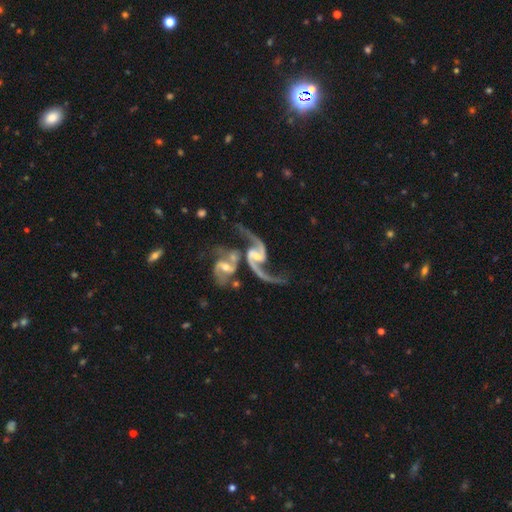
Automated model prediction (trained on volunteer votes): Smooth or featured?
  - featured or disk: 92% *
  - star or artifact: 4%
  - smooth: 3%
Edge-on disk?
  - no: 97% *
  - yes: 3%
Bar?
  - weak: 46% *
  - strong: 29%
  - no: 25%
Spiral arms?
  - yes: 97% *
  - no: 3%
Spiral winding?
  - loose: 70% *
  - medium: 25%
  - tight: 5%
Spiral arm count?
  - 2: 92% *
  - 1: 3%
  - can't tell: 2%
  - 3: 1%
  - 4: 1%
  - more than 4: 1%
Bulge size?
  - small: 49% *
  - moderate: 34%
  - none: 12%
  - large: 4%
  - dominant: 1%
Merging?
  - merger: 54% *
  - none: 25%
  - minor disturbance: 11%
  - major disturbance: 10%